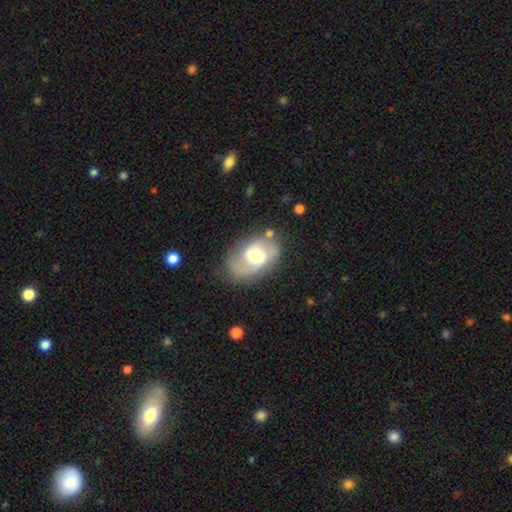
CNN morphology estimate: Smooth or featured? Predicted: featured or disk (p=0.68). Edge-on disk? Predicted: no (p=0.96). Bar? Predicted: weak (p=0.47). Spiral arms? Predicted: yes (p=0.85). Spiral winding? Predicted: medium (p=0.46). Spiral arm count? Predicted: 2 (p=0.77). Bulge size? Predicted: moderate (p=0.62). Merging? Predicted: none (p=0.65).